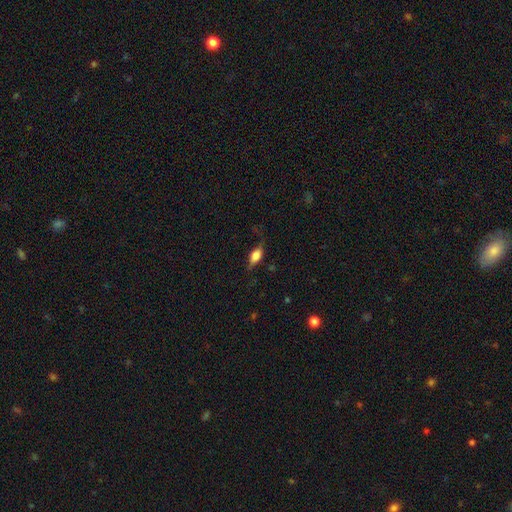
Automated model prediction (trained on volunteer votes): This is likely a smooth galaxy (67%). How rounded: likely in between (80%). Merging: likely none (63%).